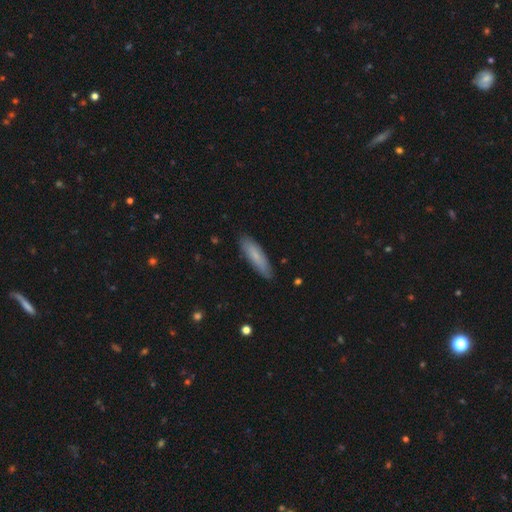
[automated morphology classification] The model was most divided on "how rounded": cigar-shaped: 69%, in between: 30%, round: 1%. More confident: merging — none (85%); smooth or featured — smooth (77%).